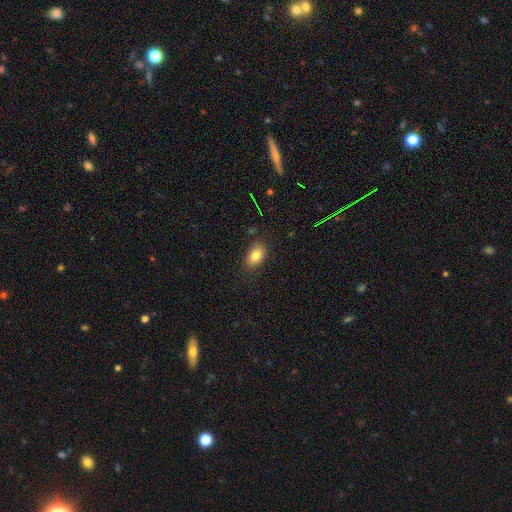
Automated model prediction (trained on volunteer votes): A smooth galaxy with no disk features (82%) that is in between round and cigar-shaped (87%). Merging: none (83%).